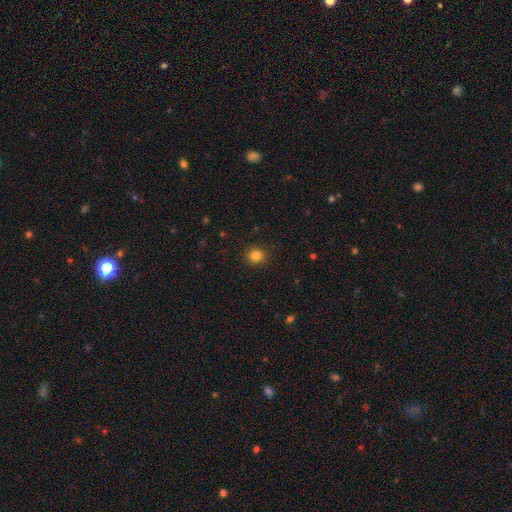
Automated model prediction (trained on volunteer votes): The model was most divided on "smooth or featured": smooth: 83%, star or artifact: 12%, featured or disk: 5%. More confident: merging — none (92%); how rounded — round (90%).